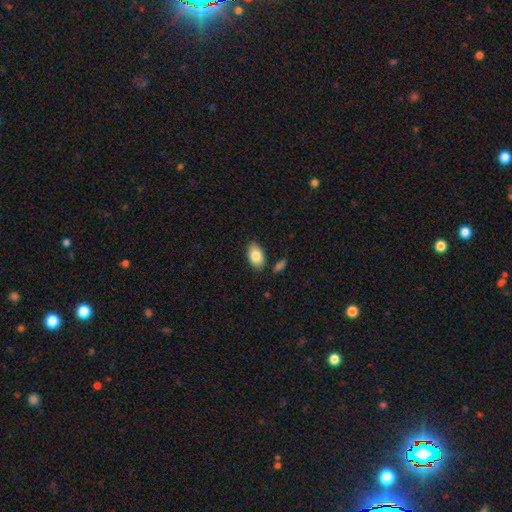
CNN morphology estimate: Smooth or featured? Predicted: smooth (p=0.82). How rounded? Predicted: in between (p=0.93). Merging? Predicted: none (p=0.82).